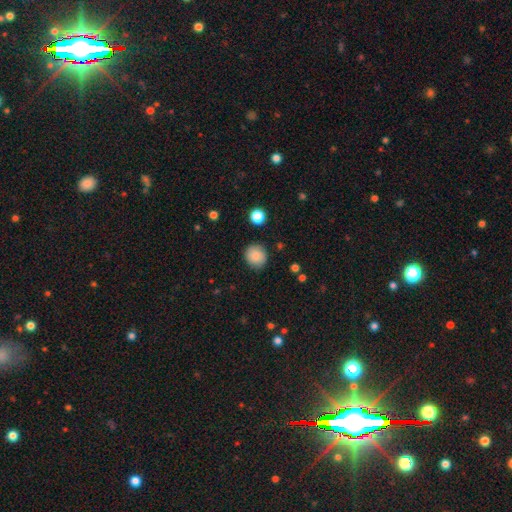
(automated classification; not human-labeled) Smooth or featured? Predicted: smooth (p=0.84). How rounded? Predicted: round (p=0.88). Merging? Predicted: none (p=0.86).